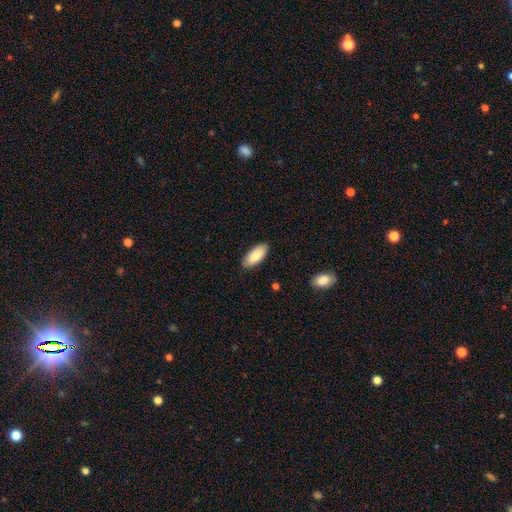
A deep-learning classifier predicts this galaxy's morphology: Smooth or featured? Predicted: smooth (p=0.84). How rounded? Predicted: in between (p=0.87). Merging? Predicted: none (p=0.89).